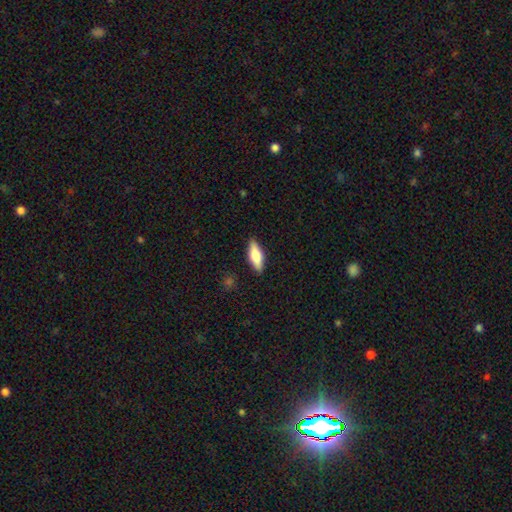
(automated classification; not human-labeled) Overall: smooth (62%; featured or disk 32%). How rounded: in between (54%; cigar-shaped 43%). Merging: none (89%).